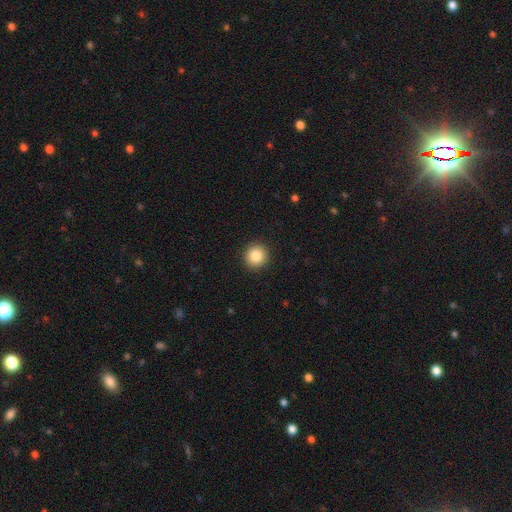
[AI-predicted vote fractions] This is clearly a smooth galaxy (86%). How rounded: clearly round (95%). Merging: clearly none (93%).